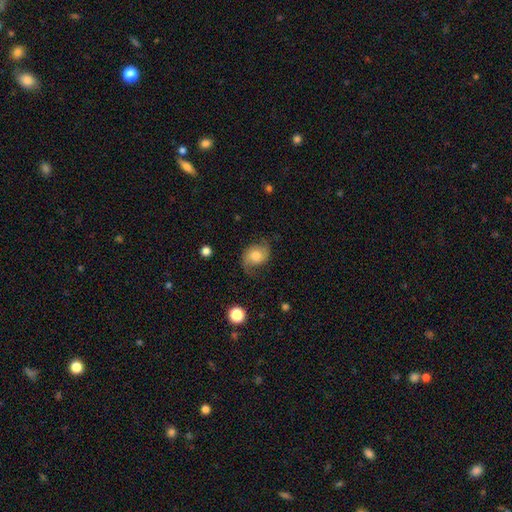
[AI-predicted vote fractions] This is possibly a featured or disk galaxy (46%). Merging: likely none (61%).